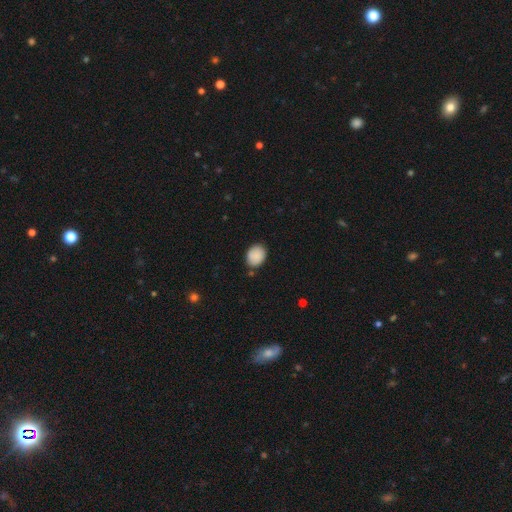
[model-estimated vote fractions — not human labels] smooth_or_featured: smooth (p=0.89) [alt: star or artifact p=0.07]
how_rounded: in between (p=0.56) [alt: round p=0.43]
merging: none (p=0.79) [alt: minor disturbance p=0.15]